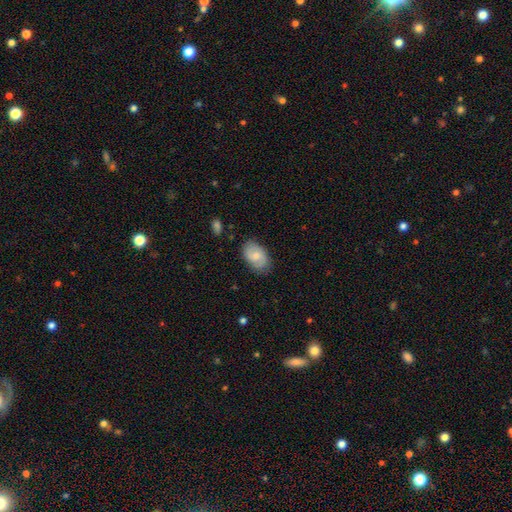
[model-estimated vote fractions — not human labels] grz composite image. It shows a smooth galaxy with no disk features (57%) that is in between round and cigar-shaped (90%). Merging: none (79%).